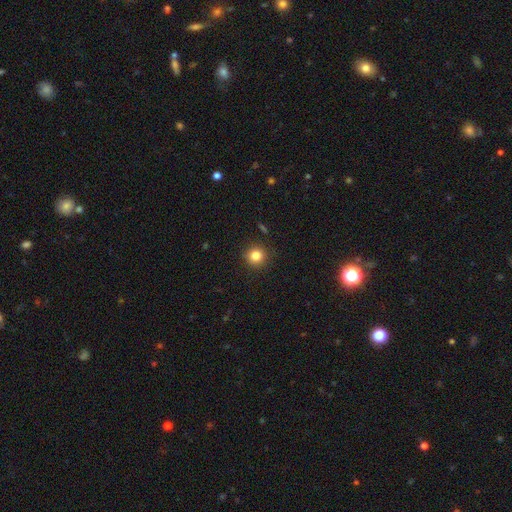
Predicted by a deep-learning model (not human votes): A smooth galaxy with no disk features (83%) that is round (94%).

Vote fractions:
- Smooth or featured? smooth: 83% / star or artifact: 12% / featured or disk: 5%
- How rounded? round: 94% / in between: 5% / cigar-shaped: 1%
- Merging? none: 91% / minor disturbance: 6% / major disturbance: 2% / merger: 1%